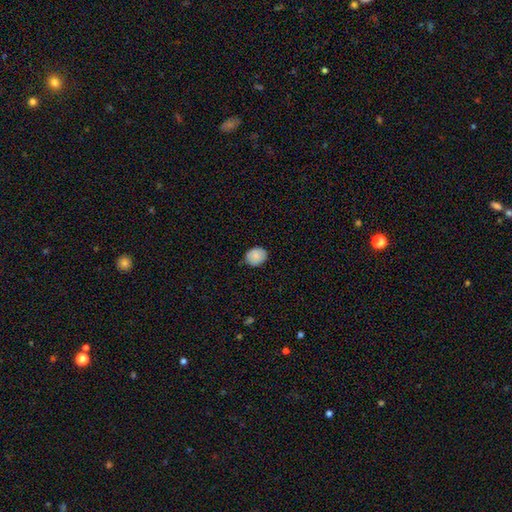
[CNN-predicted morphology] Smooth or featured? smooth (86%)
How rounded? round (59%)
Merging? none (80%)